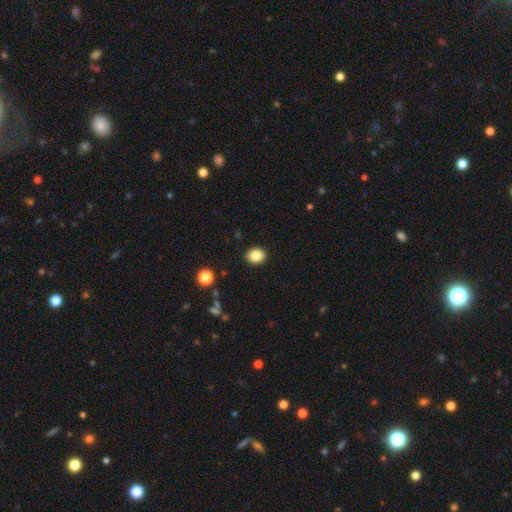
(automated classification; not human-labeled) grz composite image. It shows a smooth galaxy with no disk features (86%) that is round (55%). Merging: none (91%).